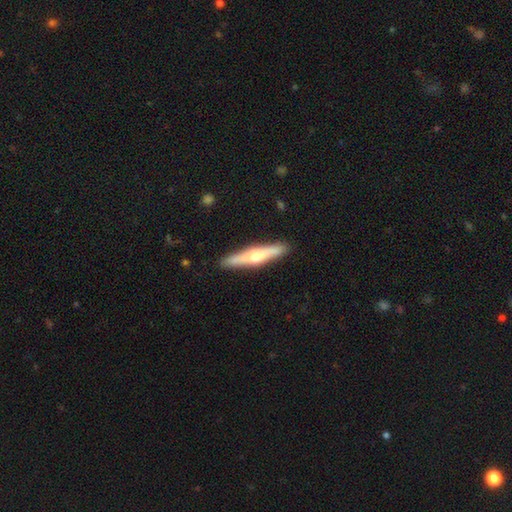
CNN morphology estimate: type=featured or disk (59%); edge-on=yes (95%); edge-on bulge=rounded (88%); merging=none (90%).